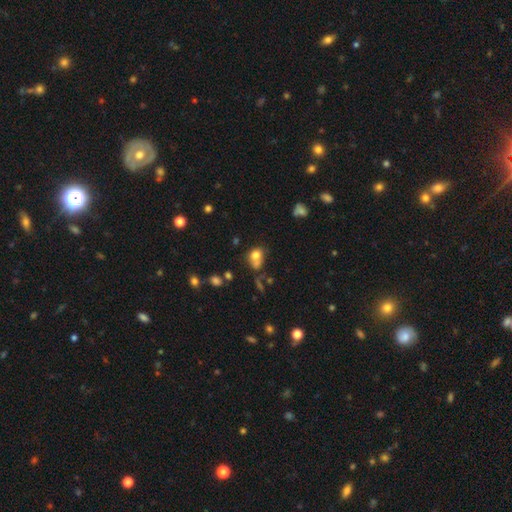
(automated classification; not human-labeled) smooth 74%, featured or disk 13%, star or artifact 13%. Down the decision tree: how rounded — round (54%); merging — none (36%).